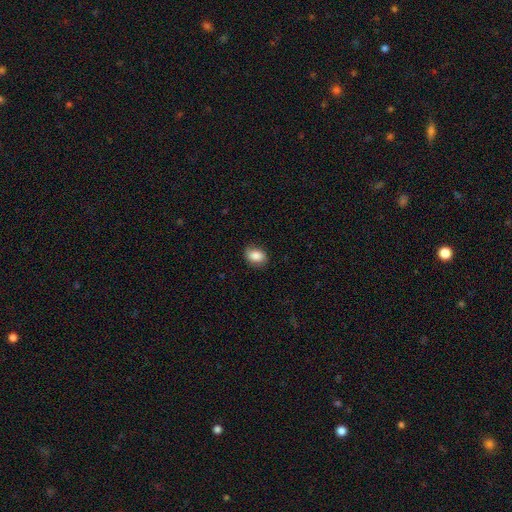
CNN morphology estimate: This appears to be a smooth galaxy with no disk features (84%) that is in between round and cigar-shaped (76%). Merging: none (81%).